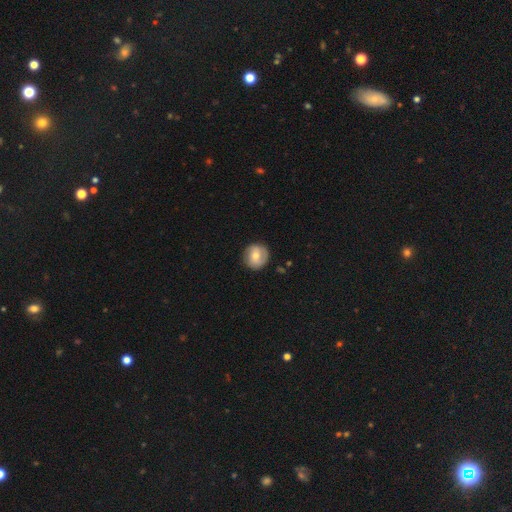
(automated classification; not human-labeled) A smooth galaxy with no disk features (58%) that is round (91%).

Vote fractions:
- Smooth or featured? smooth: 58% / featured or disk: 34% / star or artifact: 7%
- How rounded? round: 91% / in between: 8% / cigar-shaped: 1%
- Merging? none: 83% / minor disturbance: 13% / major disturbance: 3% / merger: 1%